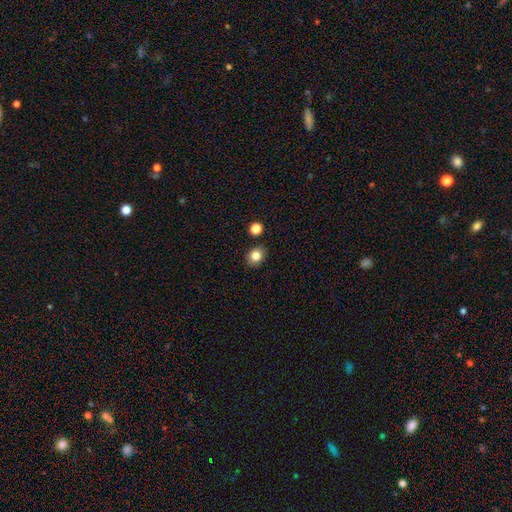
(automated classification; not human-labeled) Smooth or featured: smooth — 82% (star or artifact — 11%)
How rounded: round — 57% (in between — 42%)
Merging: none — 87% (minor disturbance — 8%)